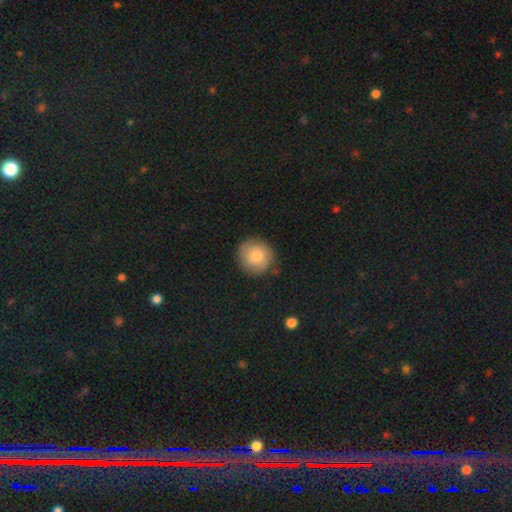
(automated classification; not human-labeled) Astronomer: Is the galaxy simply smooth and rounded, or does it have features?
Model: smooth — 78%.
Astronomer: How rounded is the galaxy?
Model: round — 92%.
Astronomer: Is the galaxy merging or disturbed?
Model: none — 84%.